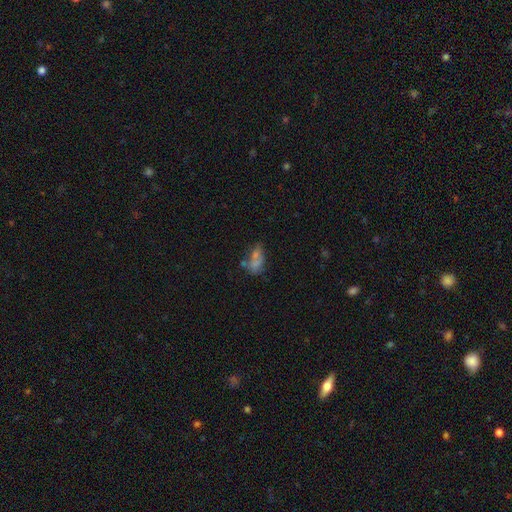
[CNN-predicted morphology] Smooth or featured?
  - smooth: 48% *
  - featured or disk: 29%
  - star or artifact: 24%
Merging?
  - none: 37% *
  - merger: 30%
  - minor disturbance: 17%
  - major disturbance: 16%